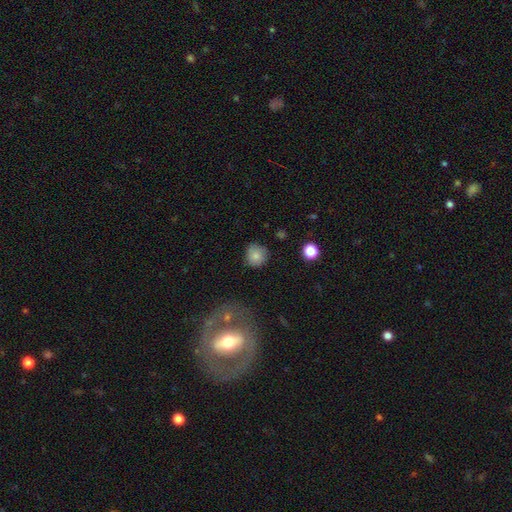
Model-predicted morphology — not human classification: Smooth or featured?
  - smooth: 83% *
  - star or artifact: 10%
  - featured or disk: 7%
How rounded?
  - round: 88% *
  - in between: 11%
  - cigar-shaped: 1%
Merging?
  - none: 81% *
  - minor disturbance: 14%
  - major disturbance: 3%
  - merger: 2%